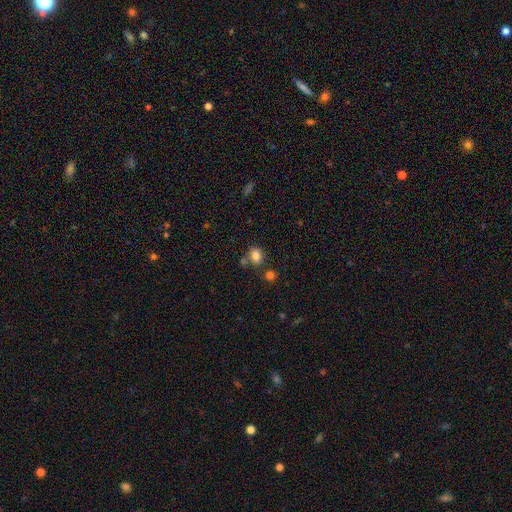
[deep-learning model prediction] A smooth galaxy with no disk features (82%) that is in between round and cigar-shaped (55%). Merging: none (68%).